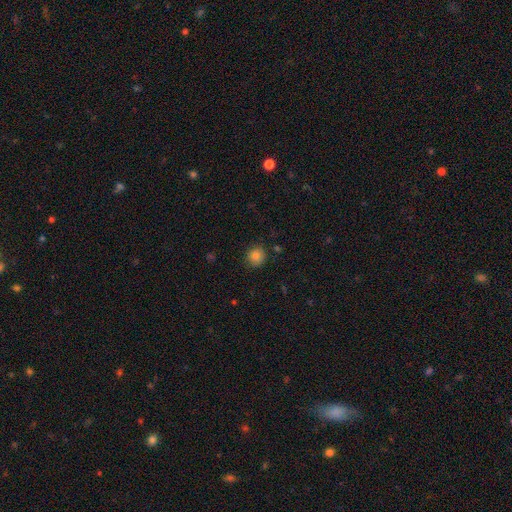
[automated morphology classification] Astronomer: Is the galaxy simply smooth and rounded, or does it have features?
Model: smooth — 83%.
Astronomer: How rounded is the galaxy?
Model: round — 89%.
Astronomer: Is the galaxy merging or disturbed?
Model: none — 86%.